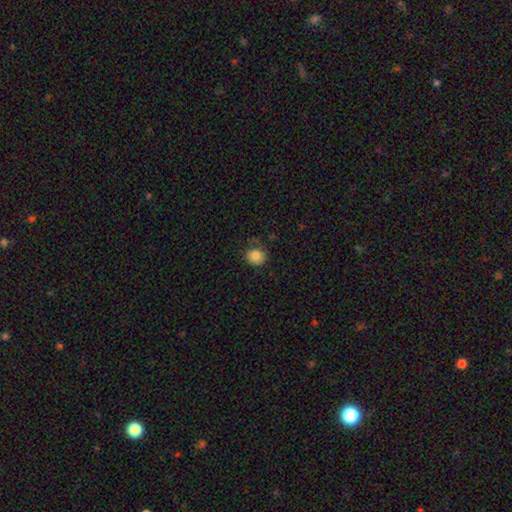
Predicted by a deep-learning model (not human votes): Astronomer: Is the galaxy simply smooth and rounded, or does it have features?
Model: smooth — 84%.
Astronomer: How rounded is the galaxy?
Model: round — 81%.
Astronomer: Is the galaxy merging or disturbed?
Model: none — 75%.